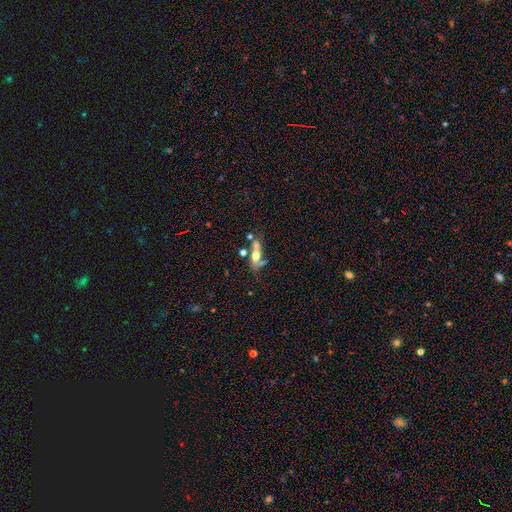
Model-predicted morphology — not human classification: Overall: featured or disk (46%; smooth 45%). Merging: none (40%; merger 32%).